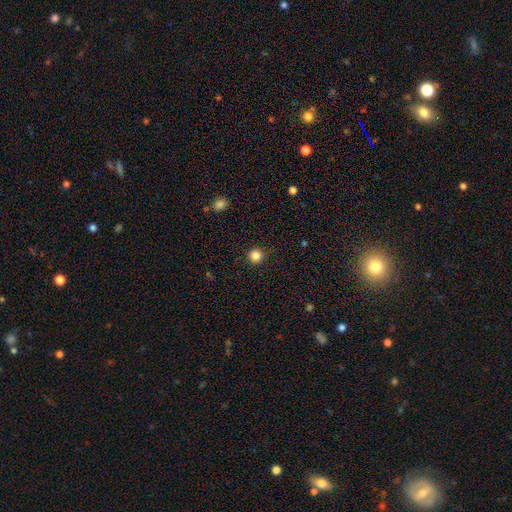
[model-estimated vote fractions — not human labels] Q: Smooth or featured?
A: smooth (85%); runner-up: star or artifact (11%)
Q: How rounded?
A: round (95%); runner-up: in between (4%)
Q: Merging?
A: none (91%); runner-up: minor disturbance (6%)